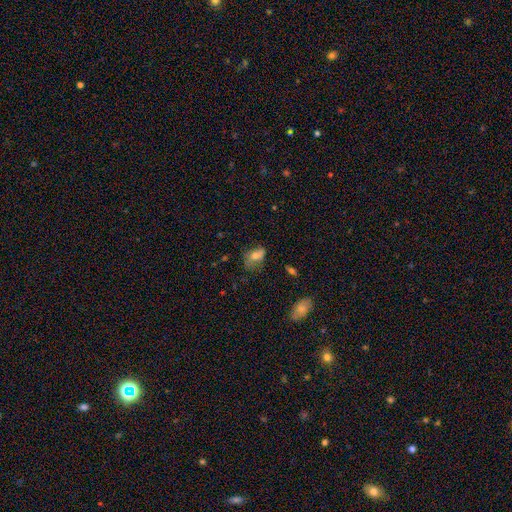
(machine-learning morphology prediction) Smooth or featured: smooth — 61% (featured or disk — 27%)
How rounded: in between — 82% (round — 14%)
Merging: none — 51% (minor disturbance — 30%)